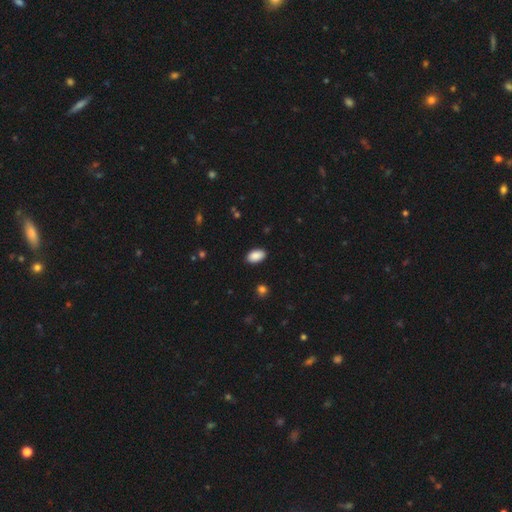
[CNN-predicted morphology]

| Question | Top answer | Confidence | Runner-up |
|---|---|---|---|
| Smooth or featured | smooth | 89% | star or artifact (7%) |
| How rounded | in between | 94% | round (4%) |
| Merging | none | 89% | minor disturbance (8%) |